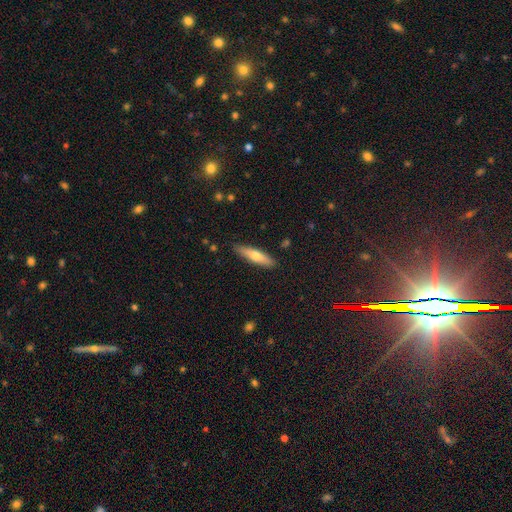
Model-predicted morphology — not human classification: type=smooth (59%); roundness=cigar-shaped (73%); merging=none (88%).